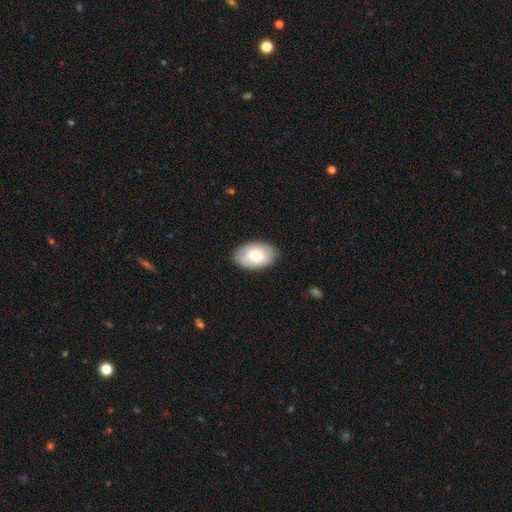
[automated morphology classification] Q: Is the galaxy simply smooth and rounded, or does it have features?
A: smooth — 69%.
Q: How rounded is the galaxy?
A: in between — 90%.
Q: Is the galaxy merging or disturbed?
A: none — 87%.